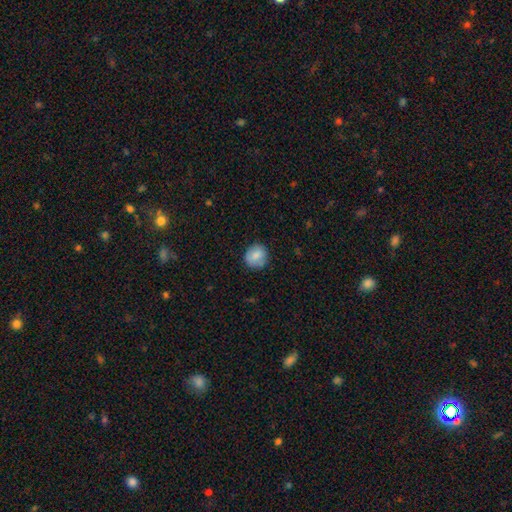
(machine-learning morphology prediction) Smooth or featured?
  - smooth: 83% *
  - featured or disk: 9%
  - star or artifact: 8%
How rounded?
  - round: 83% *
  - in between: 16%
  - cigar-shaped: 1%
Merging?
  - none: 81% *
  - minor disturbance: 15%
  - major disturbance: 3%
  - merger: 1%